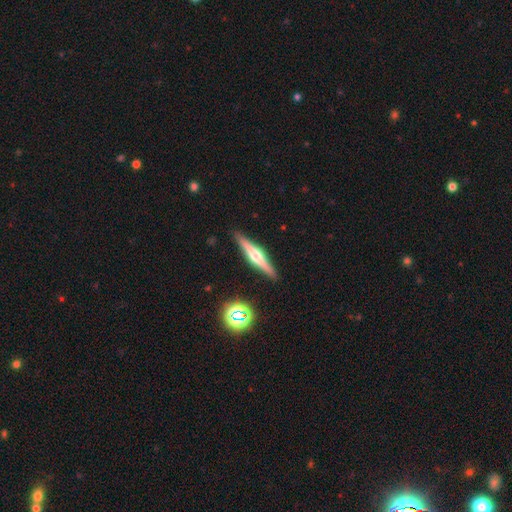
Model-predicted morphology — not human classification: type=featured or disk (71%); edge-on=yes (98%); edge-on bulge=rounded (90%); merging=none (90%).